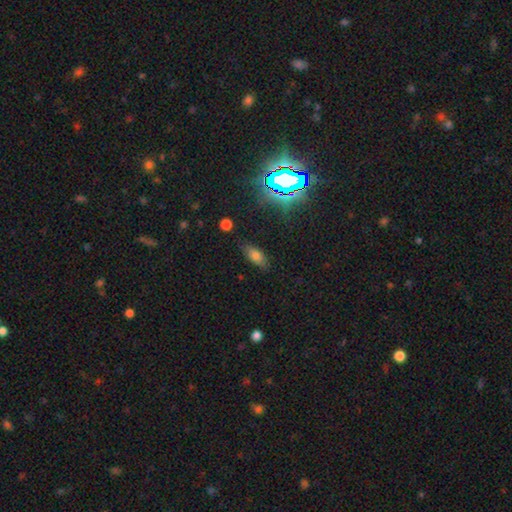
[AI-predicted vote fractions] Smooth or featured? Predicted: smooth (p=0.71). How rounded? Predicted: in between (p=0.84). Merging? Predicted: none (p=0.81).